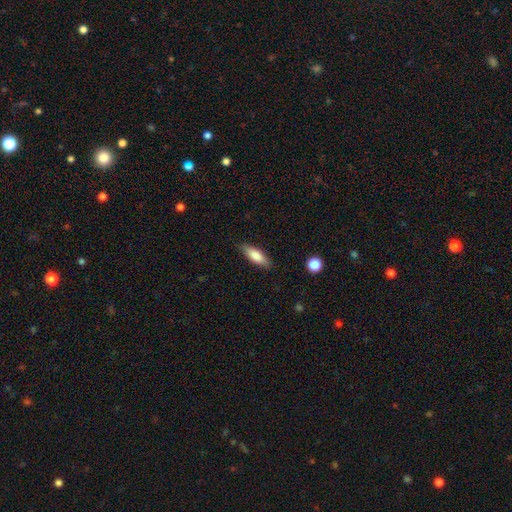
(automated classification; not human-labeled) The model was most divided on "how rounded": in between: 60%, cigar-shaped: 37%, round: 2%. More confident: merging — none (85%); smooth or featured — smooth (77%).